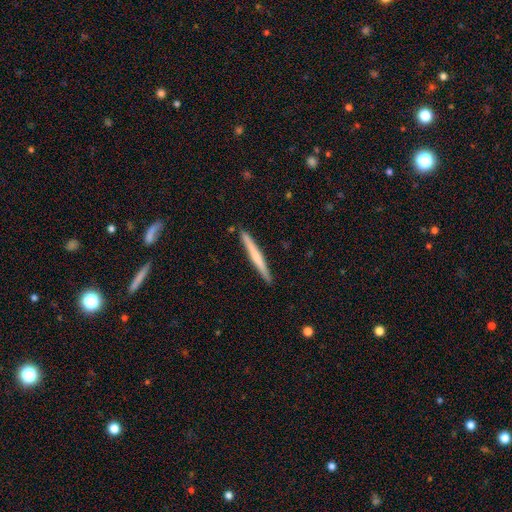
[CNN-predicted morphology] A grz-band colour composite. It shows a smooth galaxy with no disk features (52%) that is cigar-shaped (97%). Merging: none (91%).